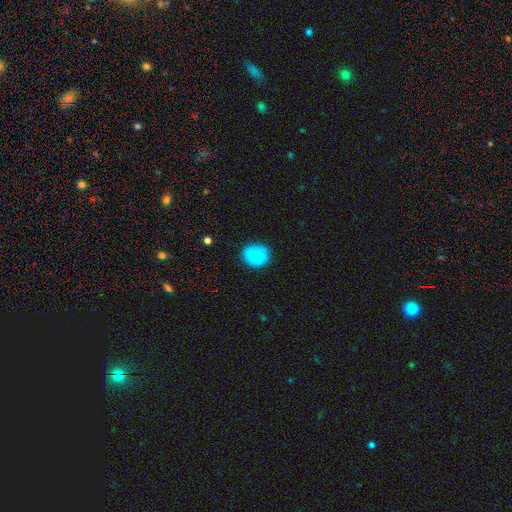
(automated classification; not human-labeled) Smooth or featured: smooth — 74% (featured or disk — 17%)
How rounded: round — 73% (in between — 26%)
Merging: none — 78% (minor disturbance — 16%)